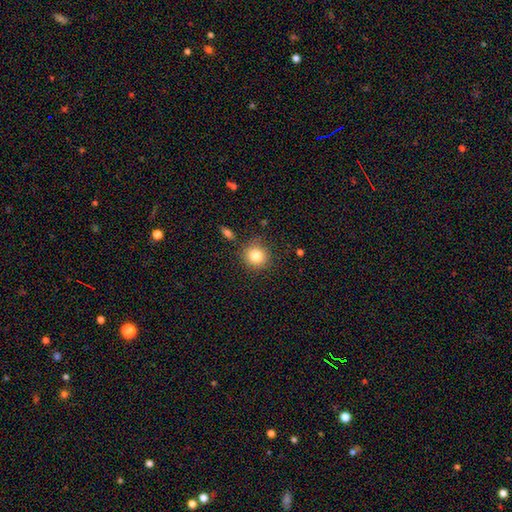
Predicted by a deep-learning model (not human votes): Smooth or featured: smooth — 82% (star or artifact — 10%)
How rounded: round — 90% (in between — 9%)
Merging: none — 83% (minor disturbance — 11%)